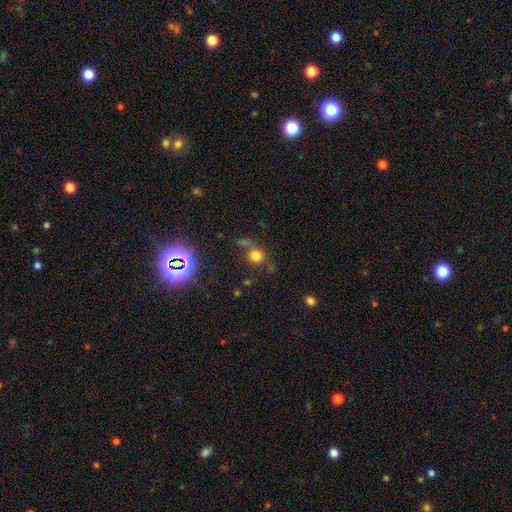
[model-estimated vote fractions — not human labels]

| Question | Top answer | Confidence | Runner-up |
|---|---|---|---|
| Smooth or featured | smooth | 71% | star or artifact (21%) |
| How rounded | round | 88% | in between (11%) |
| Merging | none | 65% | merger (14%) |